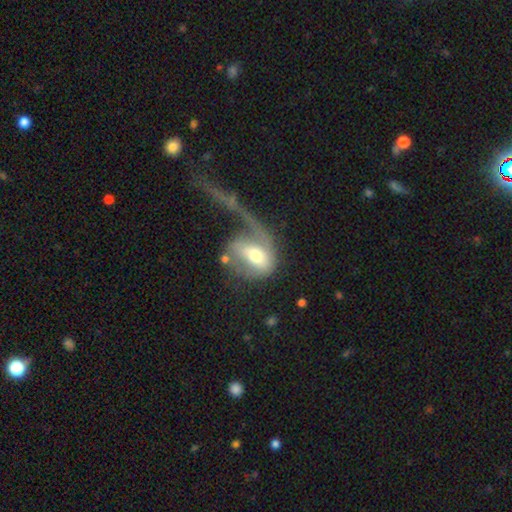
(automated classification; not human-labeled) smooth 47%, featured or disk 46%, star or artifact 7%. Down the decision tree: merging — major disturbance (61%).